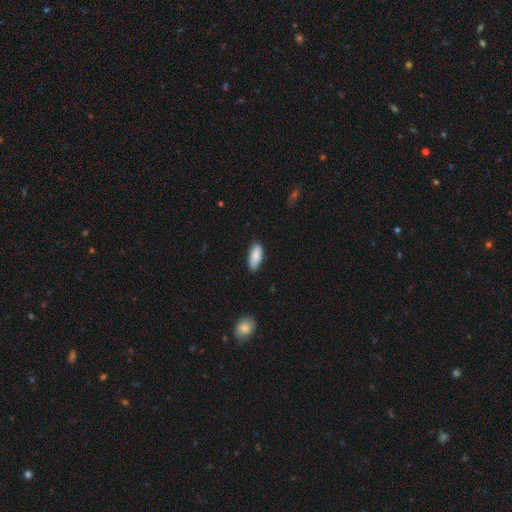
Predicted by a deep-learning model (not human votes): smooth 87%, featured or disk 7%, star or artifact 6%. Down the decision tree: how rounded — in between (85%); merging — none (81%).